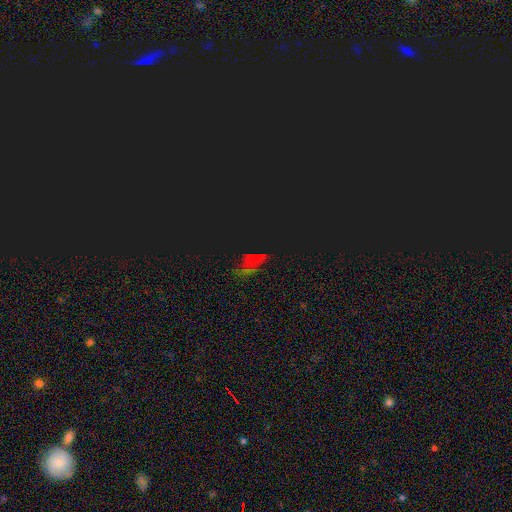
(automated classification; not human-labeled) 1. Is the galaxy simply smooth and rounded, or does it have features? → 68% star or artifact, 21% smooth, 11% featured or disk.